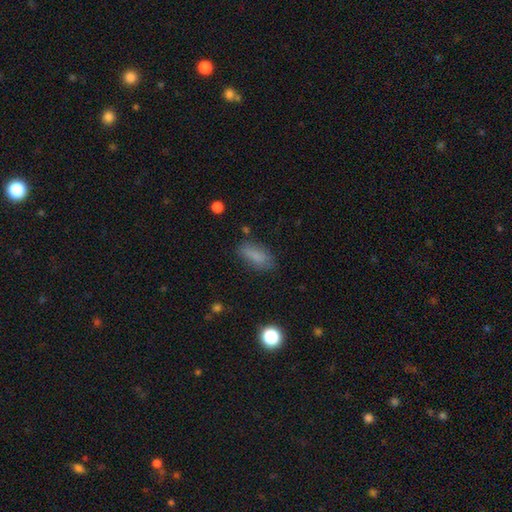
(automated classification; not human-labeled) A smooth galaxy with no disk features (80%) that is in between round and cigar-shaped (81%).

Vote fractions:
- Smooth or featured? smooth: 80% / star or artifact: 10% / featured or disk: 10%
- How rounded? in between: 81% / cigar-shaped: 15% / round: 4%
- Merging? none: 75% / minor disturbance: 18% / major disturbance: 5% / merger: 2%